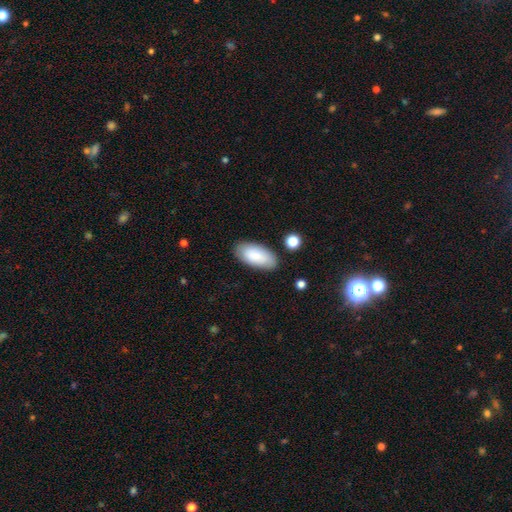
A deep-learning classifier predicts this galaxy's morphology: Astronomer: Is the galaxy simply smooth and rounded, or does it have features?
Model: smooth — 83%.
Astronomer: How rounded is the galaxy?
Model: in between — 93%.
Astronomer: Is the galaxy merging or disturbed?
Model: none — 84%.